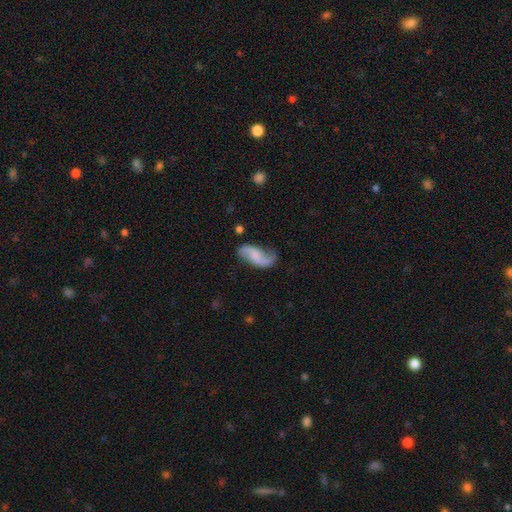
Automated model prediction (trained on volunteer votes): This is likely a featured or disk galaxy (74%). It is clearly not viewed edge-on (96%). Bar: possibly no (48%). Spiral arm pattern: clearly yes (95%). Spiral arm count: clearly 2 (90%). Spiral winding: likely loose (77%). Central bulge: possibly none (51%). Merging: likely none (69%).